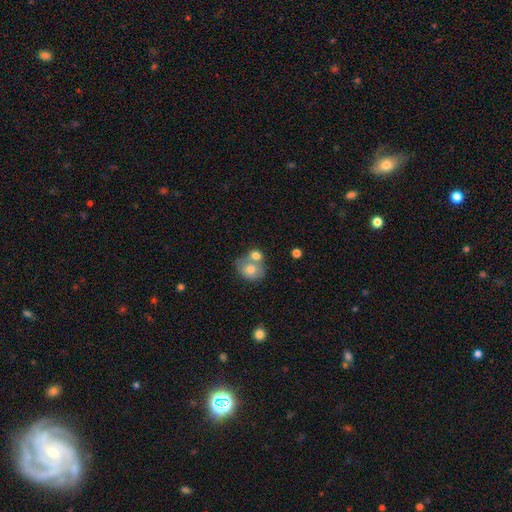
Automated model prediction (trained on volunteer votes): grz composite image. It shows a smooth galaxy with no disk features (73%) that is round (63%). Merging: merger (58%).